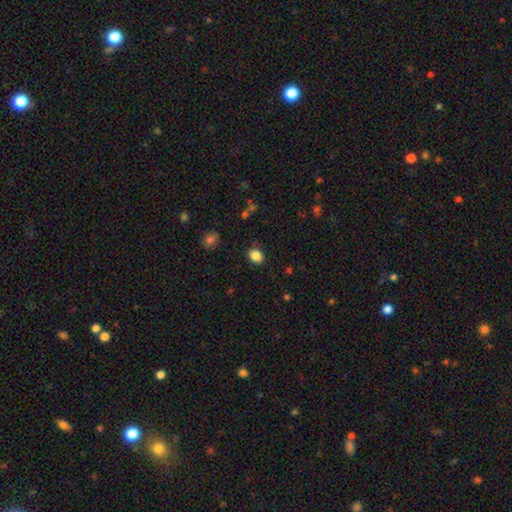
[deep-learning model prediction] A smooth galaxy with no disk features (86%) that is in between round and cigar-shaped (51%). Merging: none (86%).